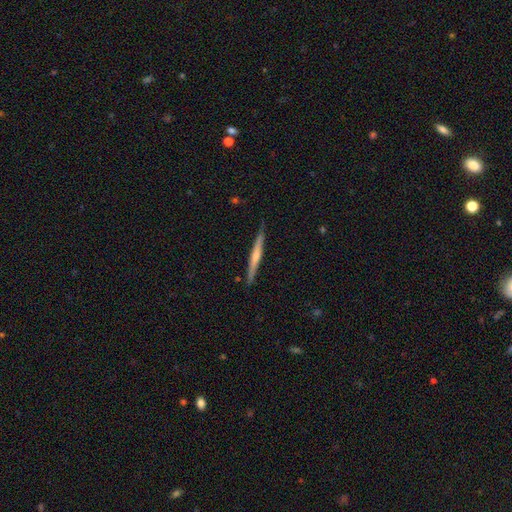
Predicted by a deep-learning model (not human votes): Morphology: type=featured or disk (56%); edge-on=yes (97%); edge-on bulge=rounded (47%); merging=none (87%).